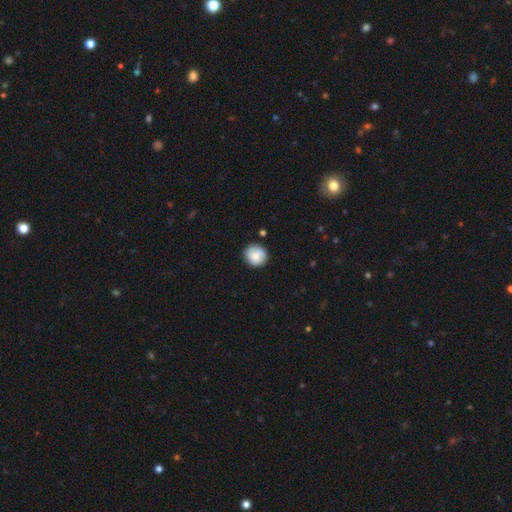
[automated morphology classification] Overall: smooth (75%). How rounded: round (89%). Merging: none (82%).